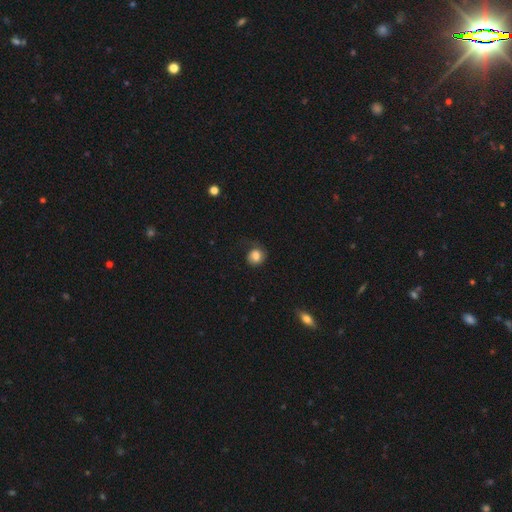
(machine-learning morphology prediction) smooth-or-featured: smooth: 76% | featured or disk: 16% | star or artifact: 9%
  how-rounded: round: 71% | in between: 28% | cigar-shaped: 1%
  merging: none: 56% | minor disturbance: 25% | major disturbance: 18% | merger: 2%